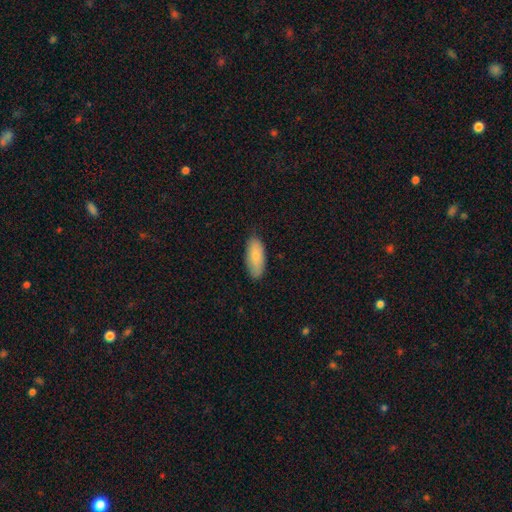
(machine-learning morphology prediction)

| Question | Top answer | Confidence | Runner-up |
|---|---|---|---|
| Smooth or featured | smooth | 83% | featured or disk (10%) |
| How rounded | in between | 84% | cigar-shaped (14%) |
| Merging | none | 82% | minor disturbance (15%) |